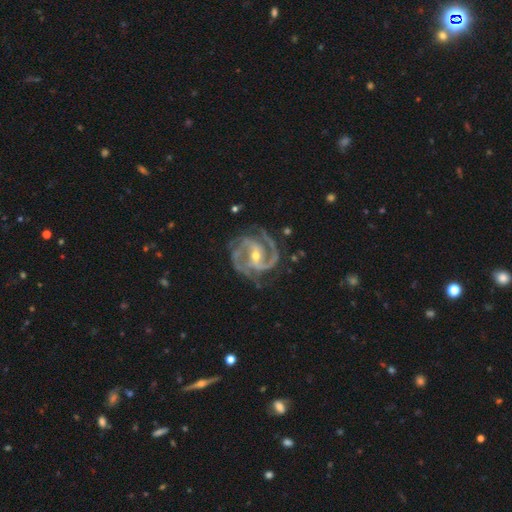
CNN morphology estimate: Smooth or featured? featured or disk (94%)
Edge-on disk? no (98%)
Bar? strong (44%)
Spiral arms? yes (99%)
Spiral winding? medium (52%)
Spiral arm count? 2 (56%)
Bulge size? small (51%)
Merging? none (73%)